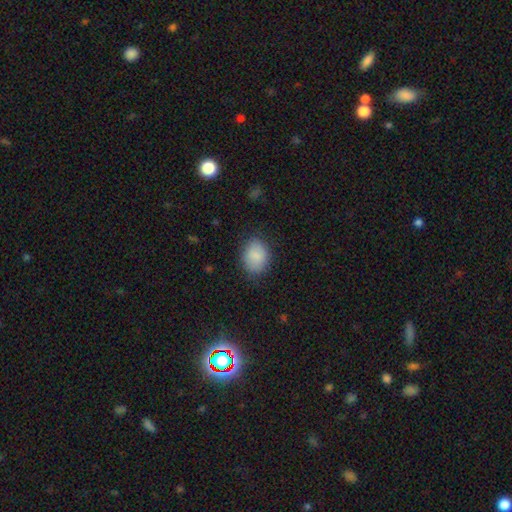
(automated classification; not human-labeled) Smooth or featured: smooth — 87% (star or artifact — 7%)
How rounded: in between — 61% (round — 38%)
Merging: none — 78% (minor disturbance — 17%)